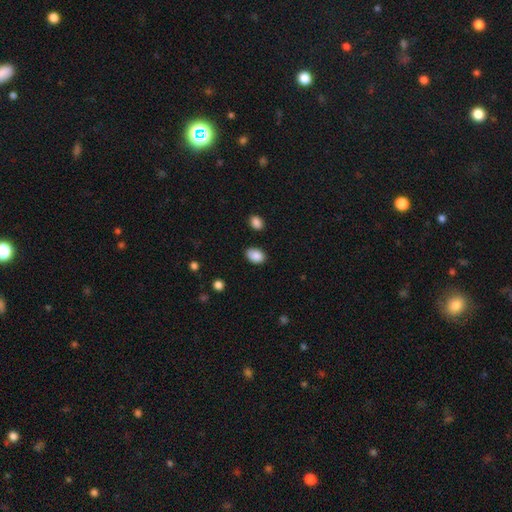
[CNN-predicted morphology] This appears to be a smooth galaxy with no disk features (88%) that is in between round and cigar-shaped (81%). Merging: none (82%).